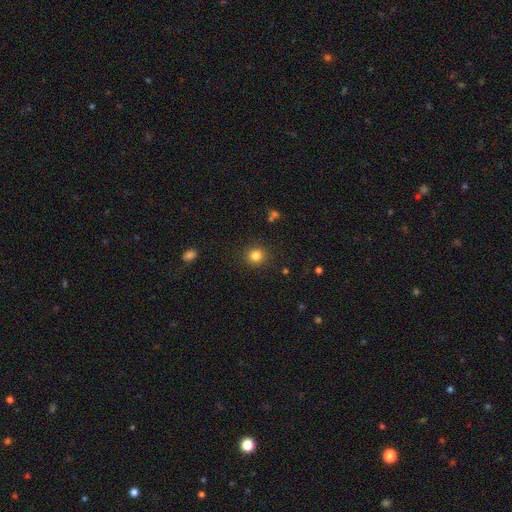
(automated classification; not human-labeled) This appears to be a smooth galaxy with no disk features (83%) that is round (90%). Merging: none (90%).